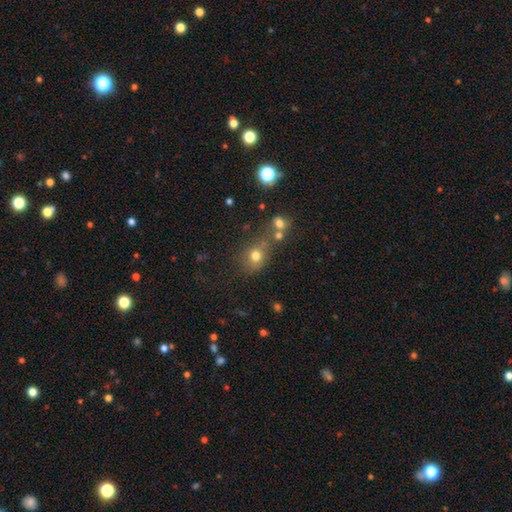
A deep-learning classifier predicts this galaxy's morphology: type=smooth (73%); roundness=round (73%); merging=none (55%).